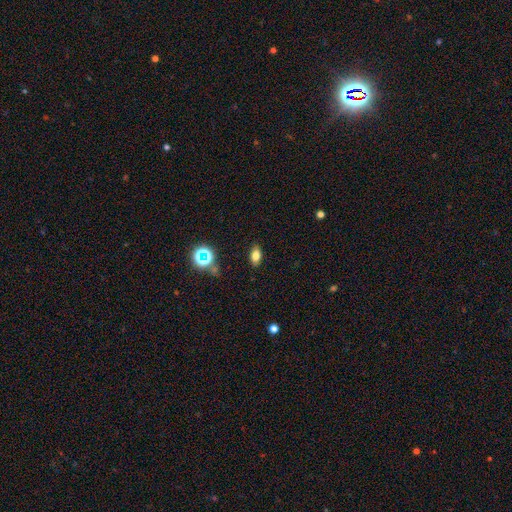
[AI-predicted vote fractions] This is likely a smooth galaxy (75%). How rounded: clearly in between (87%). Merging: clearly none (86%).